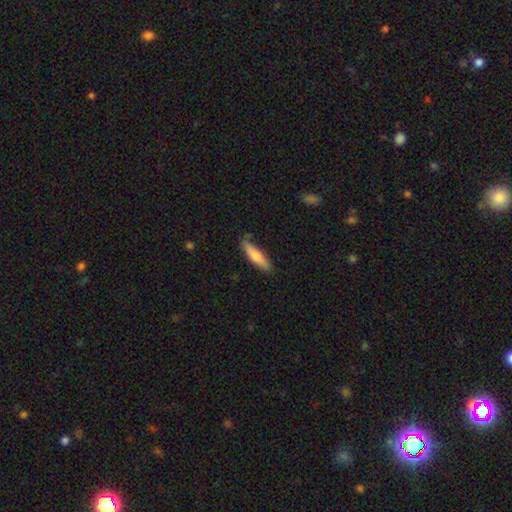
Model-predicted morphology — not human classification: A smooth galaxy with no disk features (69%) that is cigar-shaped (77%).

Vote fractions:
- Smooth or featured? smooth: 69% / featured or disk: 25% / star or artifact: 6%
- How rounded? cigar-shaped: 77% / in between: 21% / round: 2%
- Merging? none: 81% / minor disturbance: 14% / merger: 2% / major disturbance: 2%